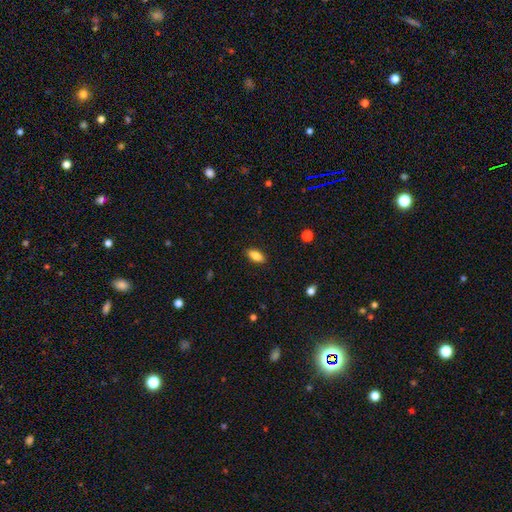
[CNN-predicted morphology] A smooth galaxy with no disk features (85%) that is in between round and cigar-shaped (87%). Merging: none (89%).